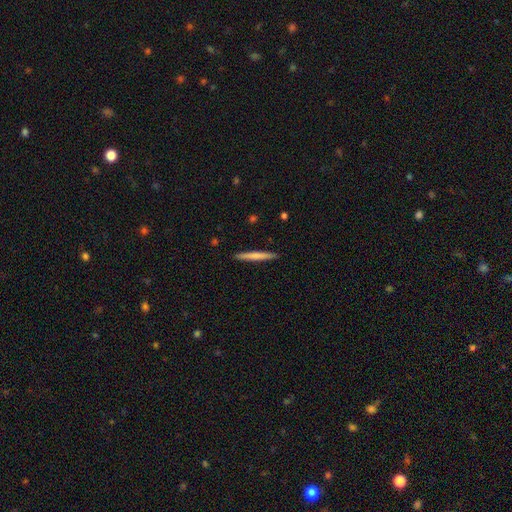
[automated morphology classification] type=smooth (68%); roundness=cigar-shaped (96%); merging=none (91%).